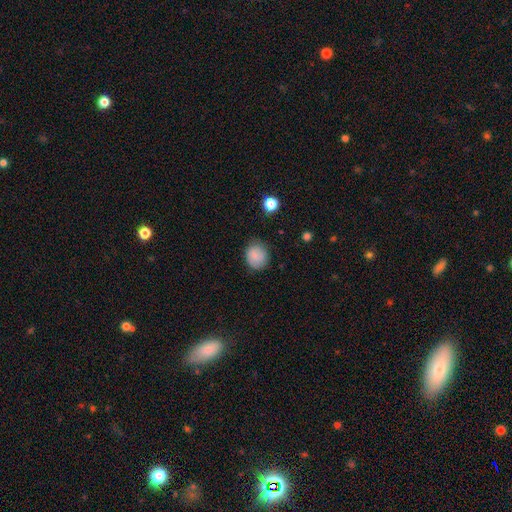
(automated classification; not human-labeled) smooth 84%, star or artifact 9%, featured or disk 8%. Down the decision tree: how rounded — round (73%); merging — none (77%).